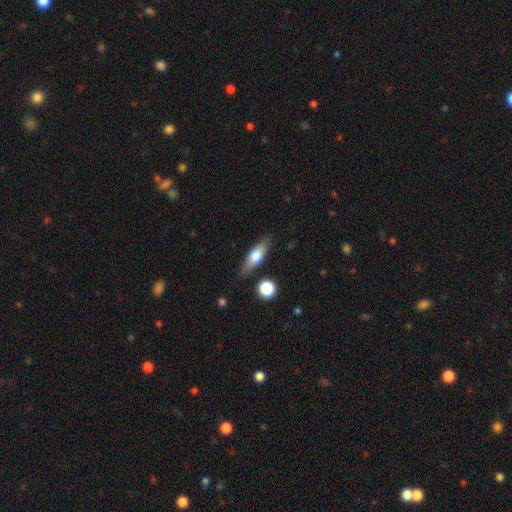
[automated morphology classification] smooth_or_featured: smooth (p=0.64) [alt: featured or disk p=0.29]
how_rounded: in between (p=0.51) [alt: cigar-shaped p=0.45]
merging: none (p=0.81) [alt: minor disturbance p=0.13]